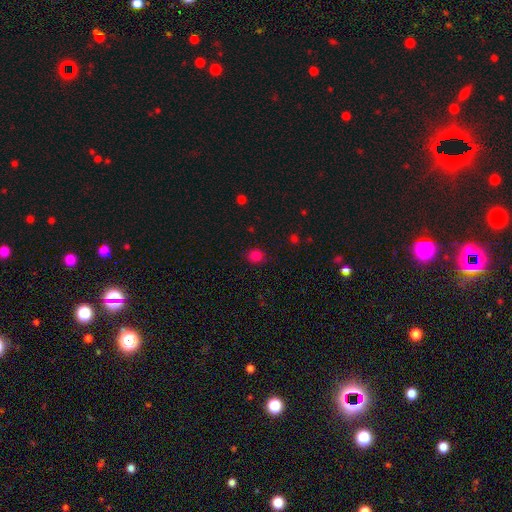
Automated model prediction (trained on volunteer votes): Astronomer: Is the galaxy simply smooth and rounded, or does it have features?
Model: smooth — 80%.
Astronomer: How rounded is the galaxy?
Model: round — 81%.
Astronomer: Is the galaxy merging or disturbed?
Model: none — 87%.